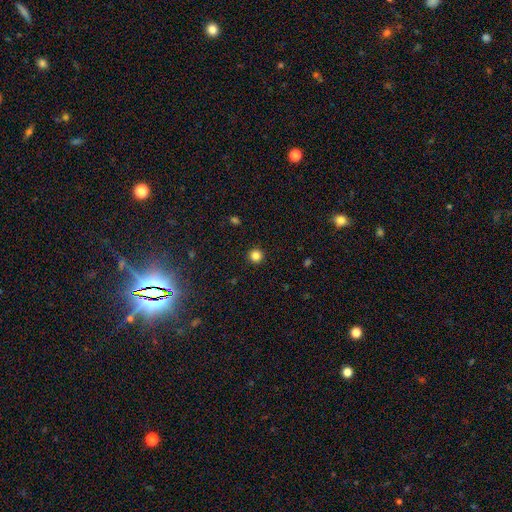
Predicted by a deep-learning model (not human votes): Morphology: type=smooth (84%); roundness=round (95%); merging=none (93%).